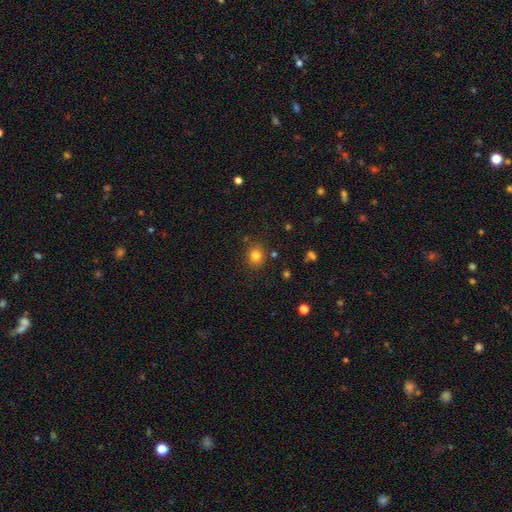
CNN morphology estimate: Smooth or featured?
  - smooth: 80% *
  - star or artifact: 13%
  - featured or disk: 6%
How rounded?
  - round: 80% *
  - in between: 19%
  - cigar-shaped: 1%
Merging?
  - none: 85% *
  - minor disturbance: 9%
  - merger: 3%
  - major disturbance: 3%